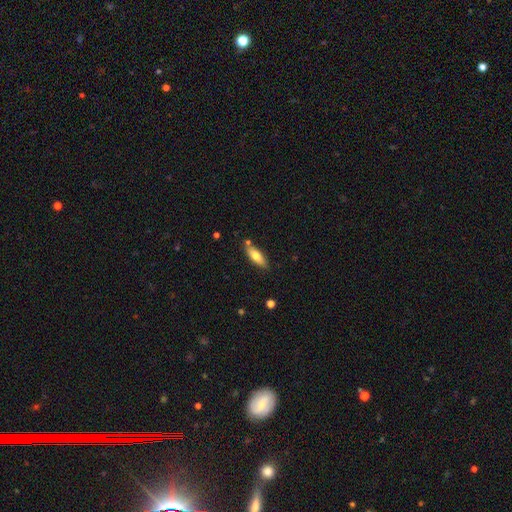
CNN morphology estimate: Smooth or featured: smooth — 72% (featured or disk — 22%)
How rounded: in between — 58% (cigar-shaped — 40%)
Merging: none — 78% (minor disturbance — 14%)